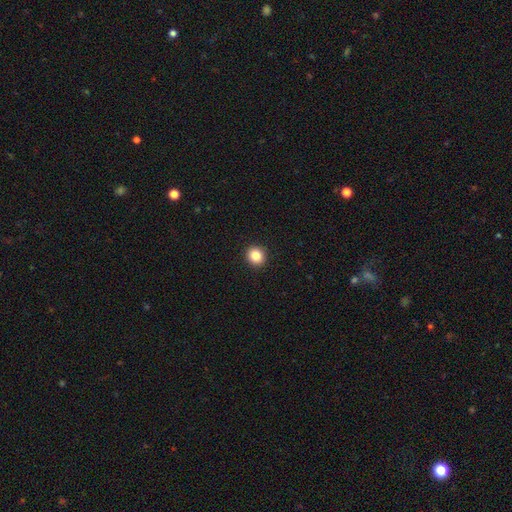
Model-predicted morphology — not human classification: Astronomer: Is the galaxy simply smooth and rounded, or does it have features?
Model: smooth — 85%.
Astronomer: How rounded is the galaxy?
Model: round — 86%.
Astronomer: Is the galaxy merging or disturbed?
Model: none — 93%.